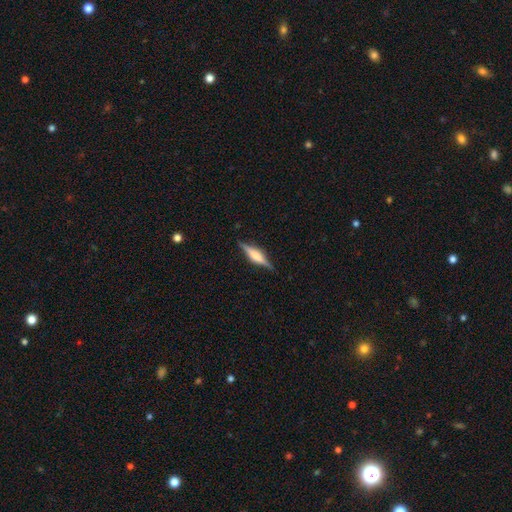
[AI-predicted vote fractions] Smooth or featured?
  - featured or disk: 69% *
  - smooth: 25%
  - star or artifact: 7%
Edge-on disk?
  - yes: 97% *
  - no: 3%
Edge-on bulge?
  - rounded: 59% *
  - boxy: 34%
  - none: 7%
Merging?
  - none: 87% *
  - minor disturbance: 9%
  - major disturbance: 2%
  - merger: 1%